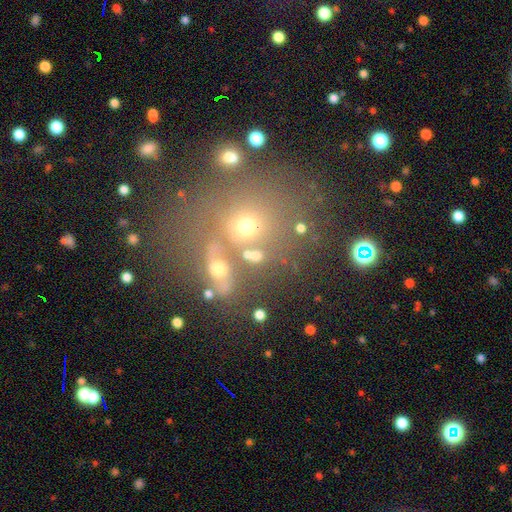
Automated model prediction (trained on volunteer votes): Q: Smooth or featured?
A: smooth (64%); runner-up: star or artifact (20%)
Q: How rounded?
A: round (69%); runner-up: in between (28%)
Q: Merging?
A: none (51%); runner-up: merger (33%)